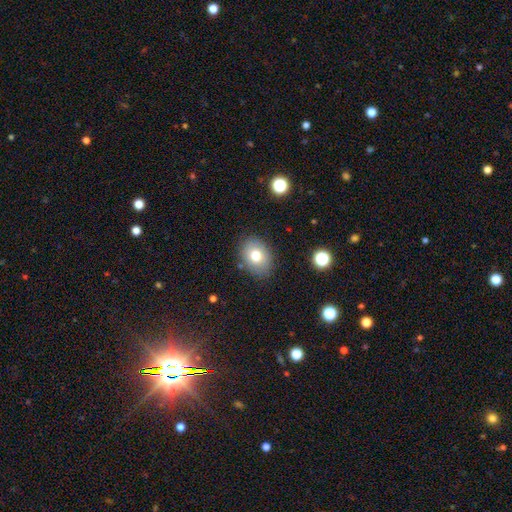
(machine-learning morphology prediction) Smooth or featured: smooth — 76% (featured or disk — 15%)
How rounded: in between — 71% (round — 28%)
Merging: none — 83% (minor disturbance — 12%)